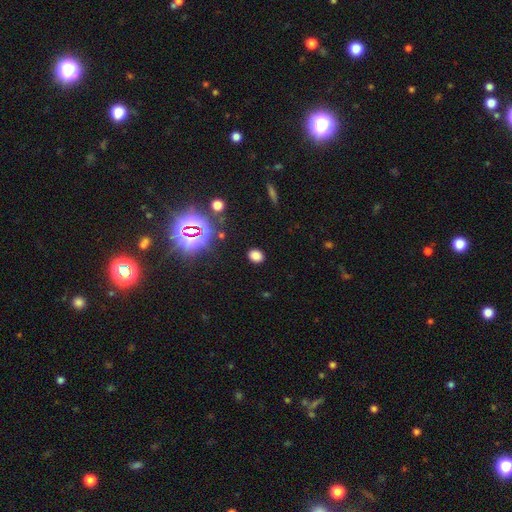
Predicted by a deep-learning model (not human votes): smooth-or-featured: smooth: 74% | star or artifact: 20% | featured or disk: 5%
  how-rounded: in between: 53% | round: 46% | cigar-shaped: 1%
  merging: none: 88% | minor disturbance: 8% | major disturbance: 3% | merger: 2%